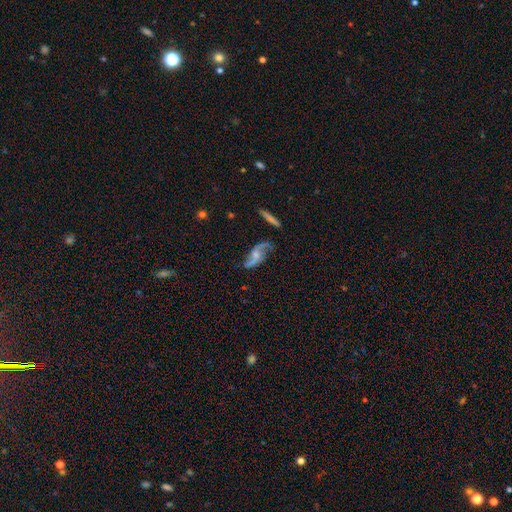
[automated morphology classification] Smooth or featured?
  - featured or disk: 81% *
  - smooth: 13%
  - star or artifact: 7%
Edge-on disk?
  - no: 92% *
  - yes: 8%
Bar?
  - no: 61% *
  - weak: 30%
  - strong: 9%
Spiral arms?
  - yes: 92% *
  - no: 8%
Spiral winding?
  - loose: 83% *
  - medium: 13%
  - tight: 4%
Spiral arm count?
  - 2: 91% *
  - can't tell: 3%
  - 1: 3%
  - 3: 1%
  - 4: 1%
  - more than 4: 1%
Bulge size?
  - small: 50% *
  - moderate: 39%
  - none: 7%
  - large: 3%
  - dominant: 1%
Merging?
  - none: 63% *
  - minor disturbance: 21%
  - major disturbance: 12%
  - merger: 4%